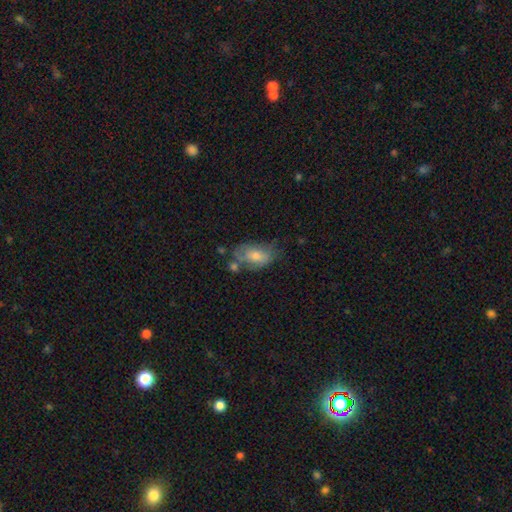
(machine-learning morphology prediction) Smooth or featured: smooth — 61% (featured or disk — 31%)
How rounded: in between — 90% (round — 7%)
Merging: none — 47% (minor disturbance — 27%)